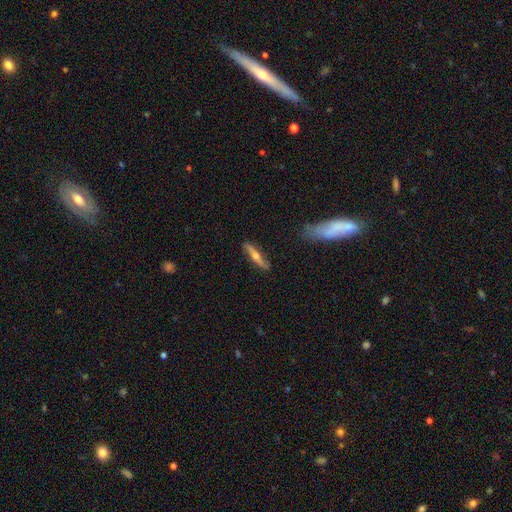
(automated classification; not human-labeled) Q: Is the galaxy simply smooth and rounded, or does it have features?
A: featured or disk — 65%.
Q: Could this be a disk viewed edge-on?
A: yes — 79%.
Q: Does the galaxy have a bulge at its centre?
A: rounded — 92%.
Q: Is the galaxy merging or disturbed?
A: none — 81%.